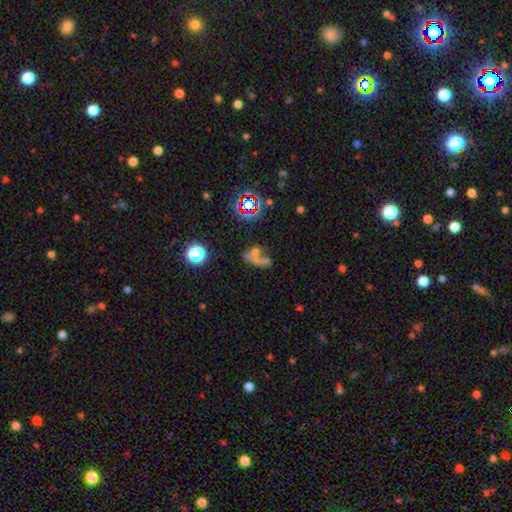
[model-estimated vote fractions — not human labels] This is possibly a smooth galaxy (48%). Merging: marginally merger (43%).